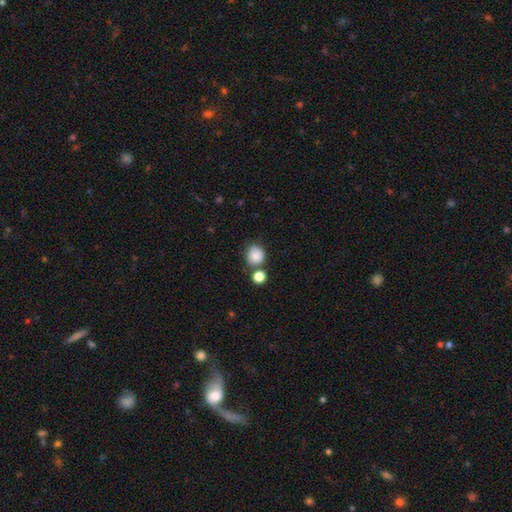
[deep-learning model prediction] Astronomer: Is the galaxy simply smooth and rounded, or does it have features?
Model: smooth — 84%.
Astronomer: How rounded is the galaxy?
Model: round — 80%.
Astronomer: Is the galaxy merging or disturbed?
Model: none — 64%.